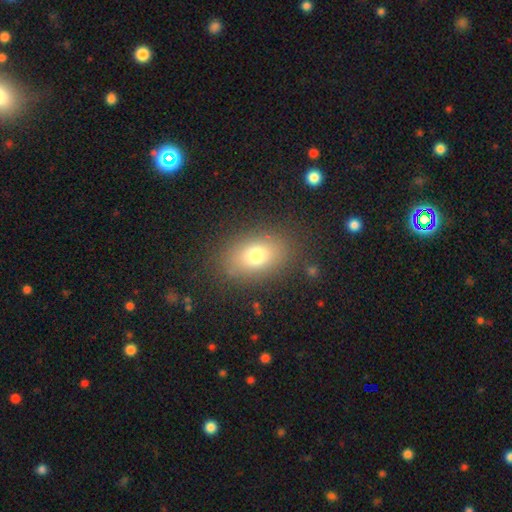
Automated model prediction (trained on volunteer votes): Smooth or featured? smooth (75%)
How rounded? in between (81%)
Merging? none (83%)